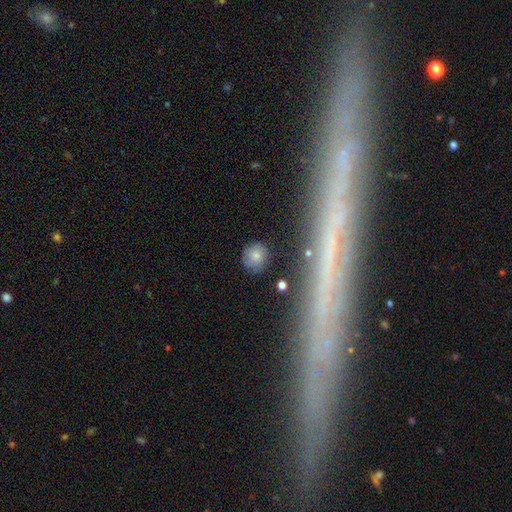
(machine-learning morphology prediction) smooth 75%, featured or disk 14%, star or artifact 11%. Down the decision tree: how rounded — round (86%); merging — none (79%).